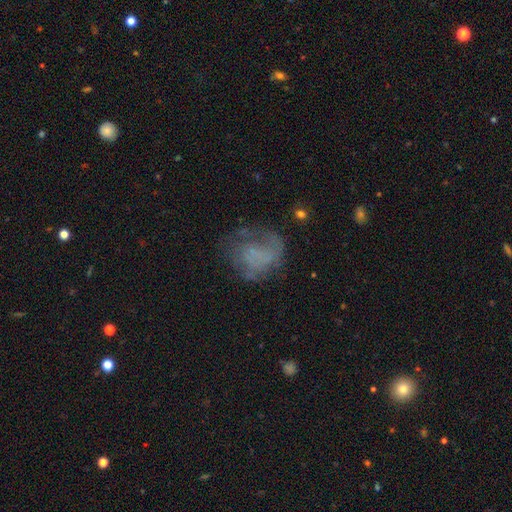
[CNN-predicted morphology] A featured or disk galaxy (50%). Merging: none (44%).